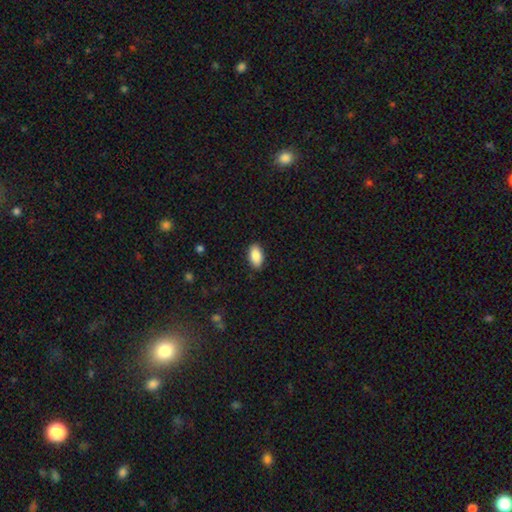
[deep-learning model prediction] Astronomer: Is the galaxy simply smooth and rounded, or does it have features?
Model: smooth — 89%.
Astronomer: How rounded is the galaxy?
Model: in between — 93%.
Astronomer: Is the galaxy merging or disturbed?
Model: none — 88%.